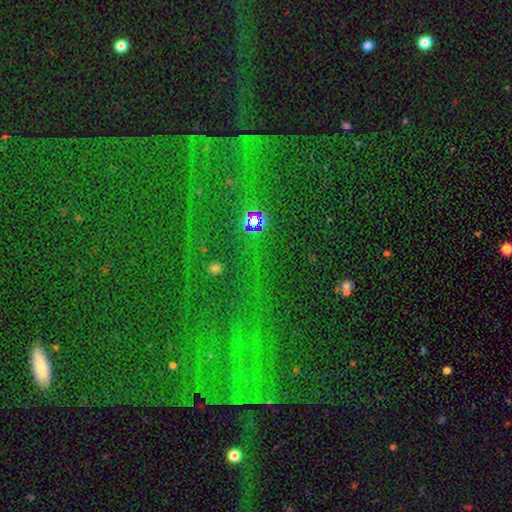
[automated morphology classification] Overall: star or artifact (80%).